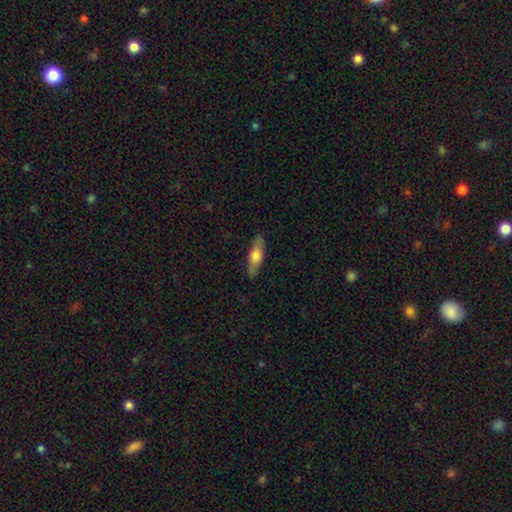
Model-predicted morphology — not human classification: This is possibly a smooth galaxy (58%). How rounded: possibly cigar-shaped (50%). Merging: clearly none (85%).